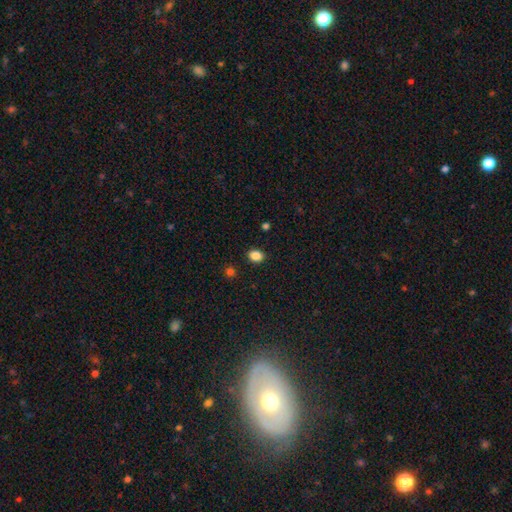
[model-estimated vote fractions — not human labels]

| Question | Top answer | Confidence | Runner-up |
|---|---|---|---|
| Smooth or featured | smooth | 86% | star or artifact (11%) |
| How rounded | in between | 55% | round (44%) |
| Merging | none | 88% | minor disturbance (8%) |